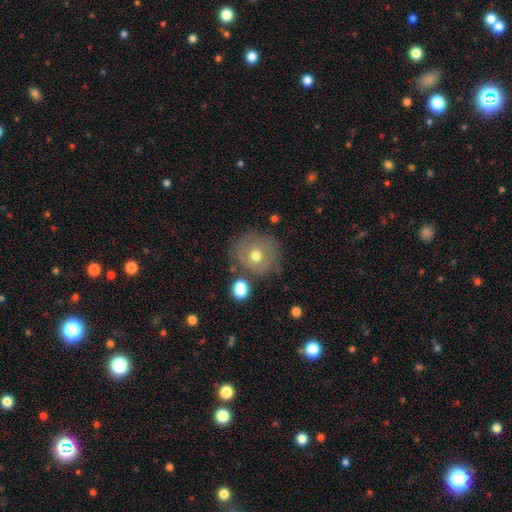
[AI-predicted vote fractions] Q: Smooth or featured?
A: smooth (53%); runner-up: featured or disk (35%)
Q: How rounded?
A: round (89%); runner-up: in between (10%)
Q: Merging?
A: none (76%); runner-up: minor disturbance (14%)